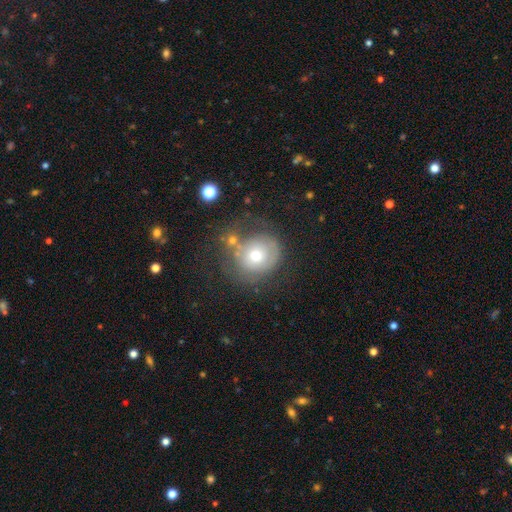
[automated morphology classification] smooth 51%, featured or disk 38%, star or artifact 11%. Down the decision tree: how rounded — round (83%); merging — none (49%).